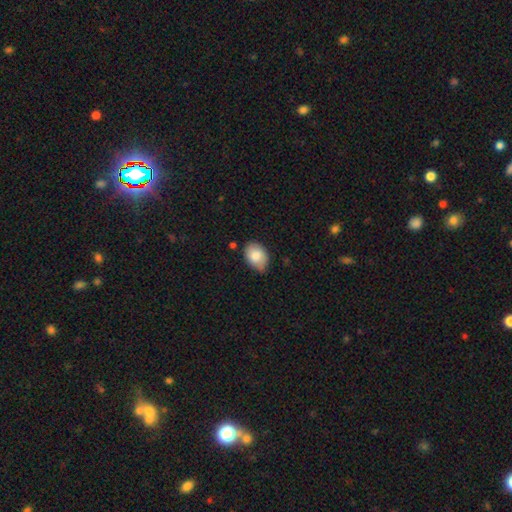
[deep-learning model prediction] The model was most divided on "merging": none: 71%, minor disturbance: 23%, major disturbance: 3%, merger: 2%. More confident: smooth or featured — smooth (83%); how rounded — in between (80%).